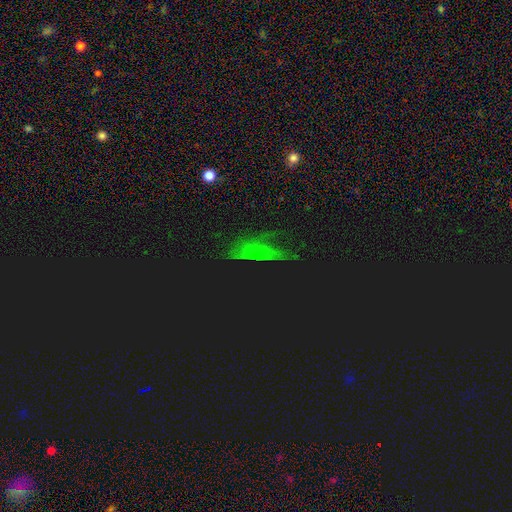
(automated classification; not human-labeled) This appears to be a star or artifact, not a galaxy (50%).